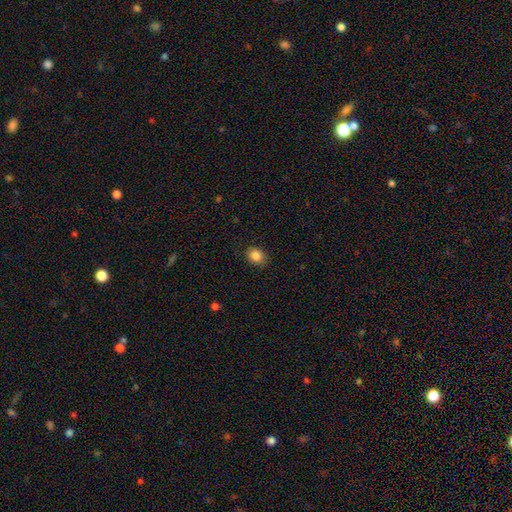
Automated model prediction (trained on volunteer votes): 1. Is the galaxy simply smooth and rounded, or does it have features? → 85% smooth, 9% star or artifact, 5% featured or disk.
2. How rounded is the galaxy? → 51% round, 48% in between, 1% cigar-shaped.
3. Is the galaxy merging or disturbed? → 87% none, 10% minor disturbance, 2% major disturbance, 1% merger.